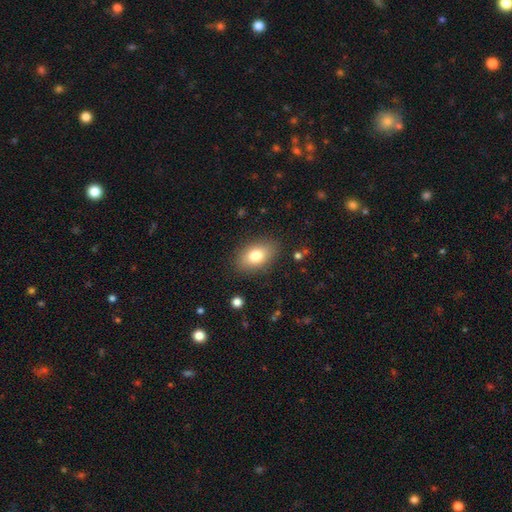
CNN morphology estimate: Smooth or featured? Predicted: smooth (p=0.79). How rounded? Predicted: in between (p=0.87). Merging? Predicted: none (p=0.86).